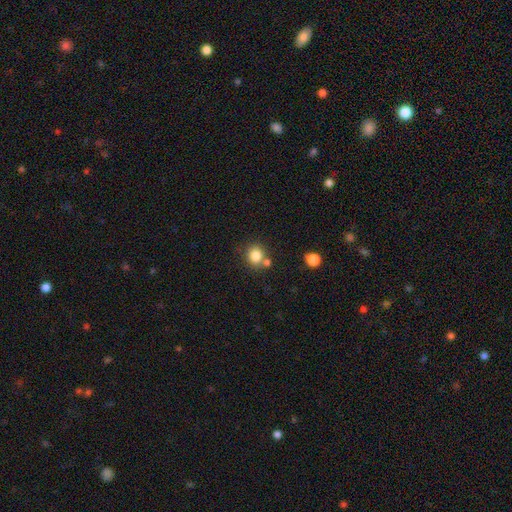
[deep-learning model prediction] Morphology: type=smooth (82%); roundness=round (84%); merging=none (68%).